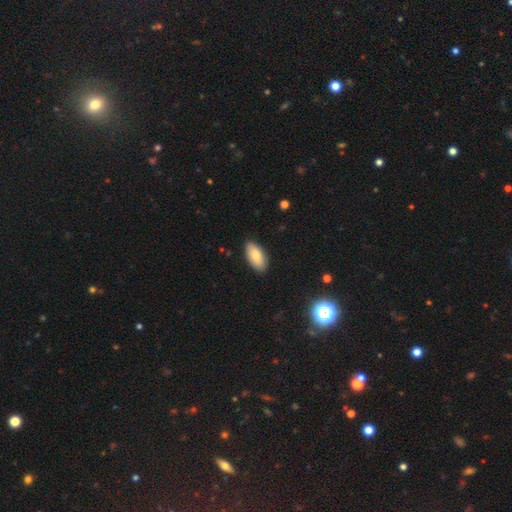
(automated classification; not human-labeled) smooth 81%, featured or disk 13%, star or artifact 6%. Down the decision tree: how rounded — in between (92%); merging — none (87%).